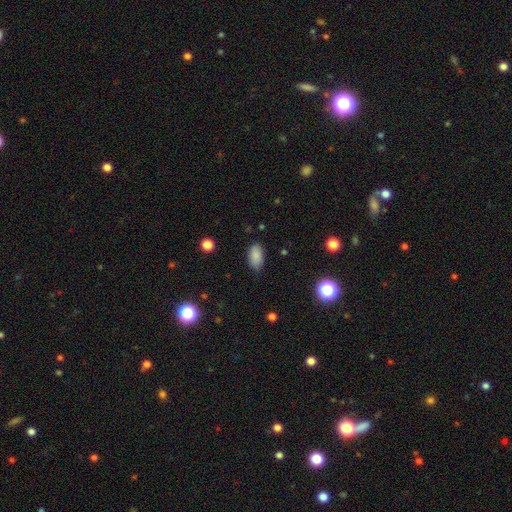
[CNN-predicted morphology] Smooth or featured? smooth (86%)
How rounded? in between (93%)
Merging? none (79%)